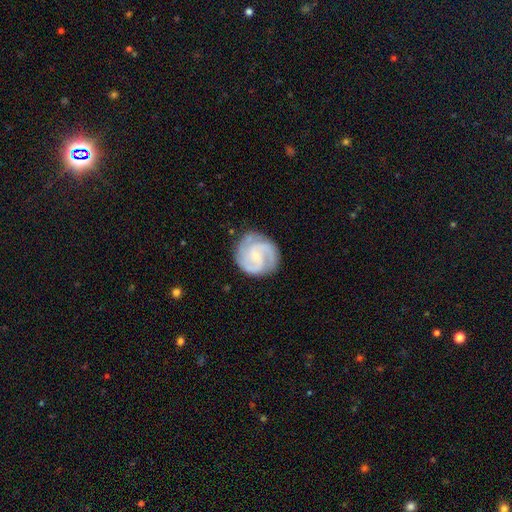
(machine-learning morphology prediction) Smooth or featured? Predicted: featured or disk (p=0.88). Edge-on disk? Predicted: no (p=0.98). Bar? Predicted: no (p=0.55). Spiral arms? Predicted: yes (p=0.98). Spiral winding? Predicted: medium (p=0.46, tied with tight). Spiral arm count? Predicted: 3 (p=0.43). Bulge size? Predicted: small (p=0.76). Merging? Predicted: none (p=0.80).